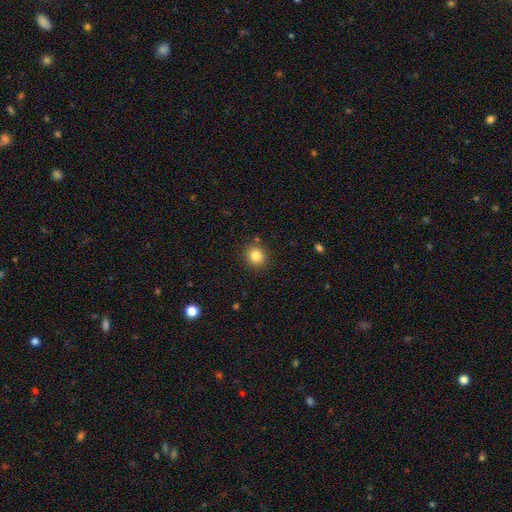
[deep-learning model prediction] Smooth or featured? Predicted: smooth (p=0.83). How rounded? Predicted: round (p=0.85). Merging? Predicted: none (p=0.86).